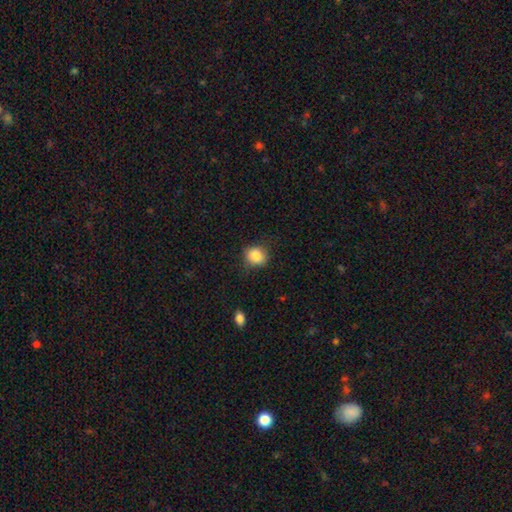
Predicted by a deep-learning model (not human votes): Overall: smooth (84%). How rounded: round (76%). Merging: none (81%).